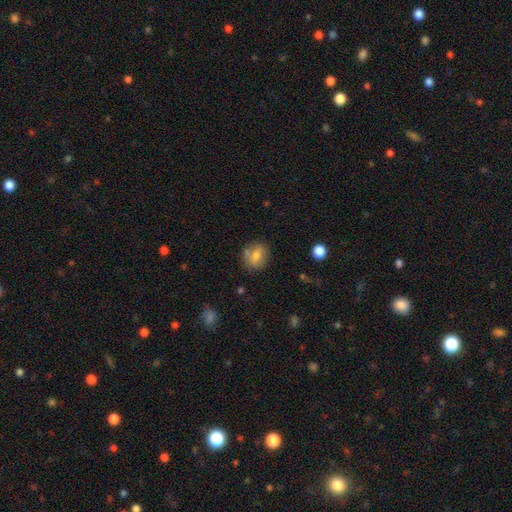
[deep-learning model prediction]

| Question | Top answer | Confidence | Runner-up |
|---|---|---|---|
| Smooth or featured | smooth | 71% | featured or disk (20%) |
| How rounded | round | 64% | in between (34%) |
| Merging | none | 69% | minor disturbance (19%) |